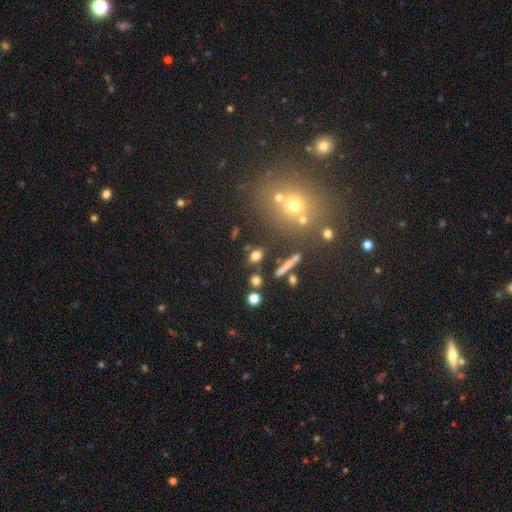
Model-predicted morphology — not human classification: The model was most divided on "how rounded": in between: 60%, round: 29%, cigar-shaped: 11%. More confident: merging — none (77%); smooth or featured — smooth (75%).